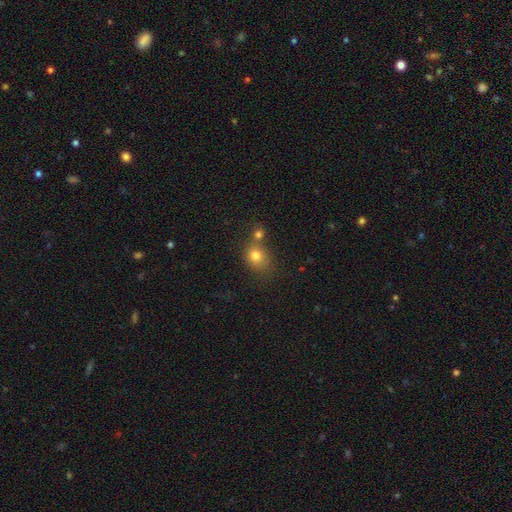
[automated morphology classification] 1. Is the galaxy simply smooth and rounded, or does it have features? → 78% smooth, 13% star or artifact, 9% featured or disk.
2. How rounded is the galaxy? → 64% round, 35% in between, 1% cigar-shaped.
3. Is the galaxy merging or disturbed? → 45% none, 37% merger, 12% minor disturbance, 5% major disturbance.